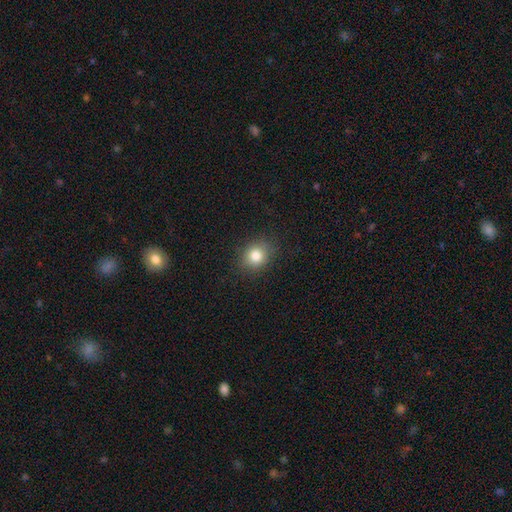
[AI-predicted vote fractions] Overall: smooth (82%). How rounded: round (69%; in between 30%). Merging: none (86%).